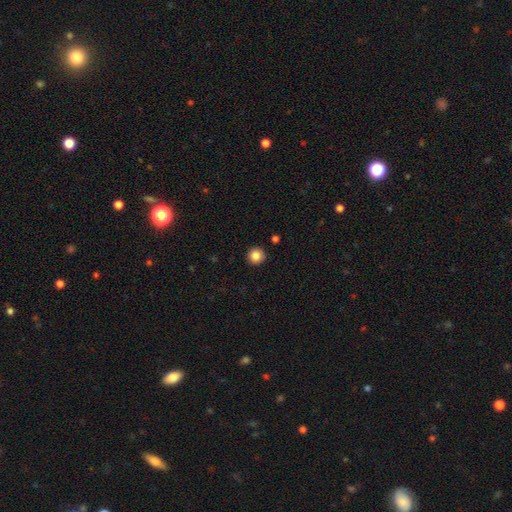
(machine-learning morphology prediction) Overall: smooth (85%). How rounded: round (95%). Merging: none (92%).